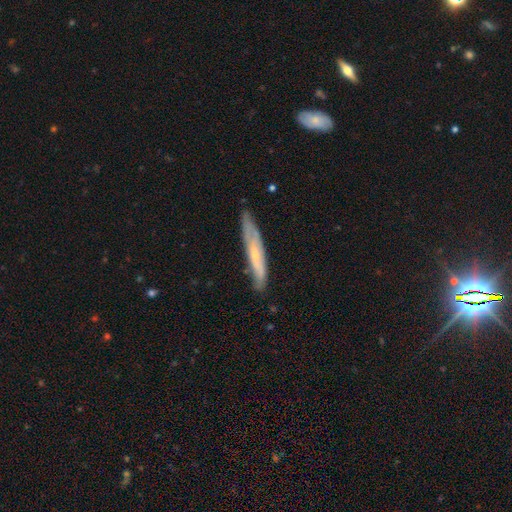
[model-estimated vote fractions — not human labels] Smooth or featured? featured or disk (57%)
Edge-on disk? yes (65%)
Merging? none (74%)